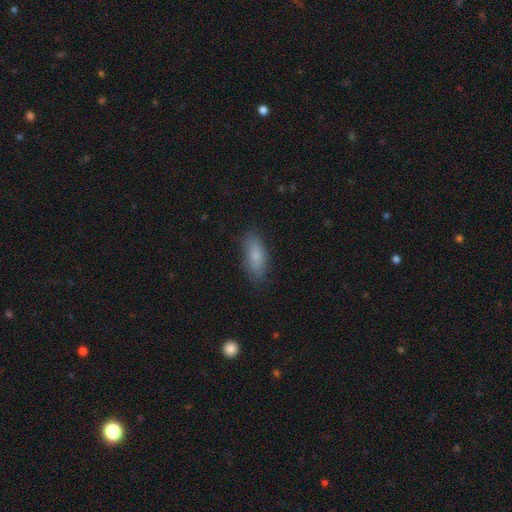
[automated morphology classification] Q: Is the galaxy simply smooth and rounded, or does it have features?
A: smooth — 80%.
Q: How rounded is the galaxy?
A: in between — 73%.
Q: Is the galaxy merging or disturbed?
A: none — 81%.